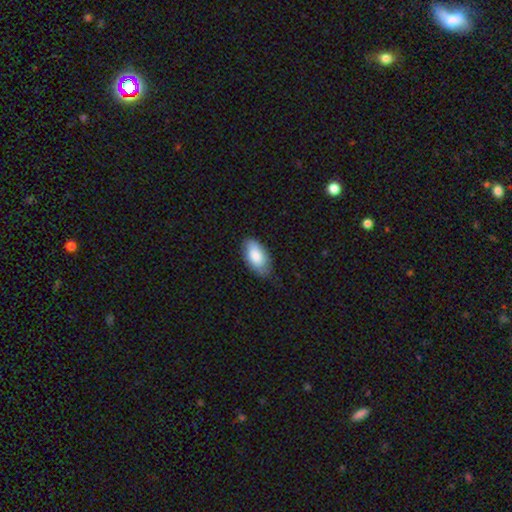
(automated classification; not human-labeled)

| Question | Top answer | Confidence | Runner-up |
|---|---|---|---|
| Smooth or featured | smooth | 84% | featured or disk (10%) |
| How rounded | in between | 94% | cigar-shaped (3%) |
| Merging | none | 77% | minor disturbance (19%) |